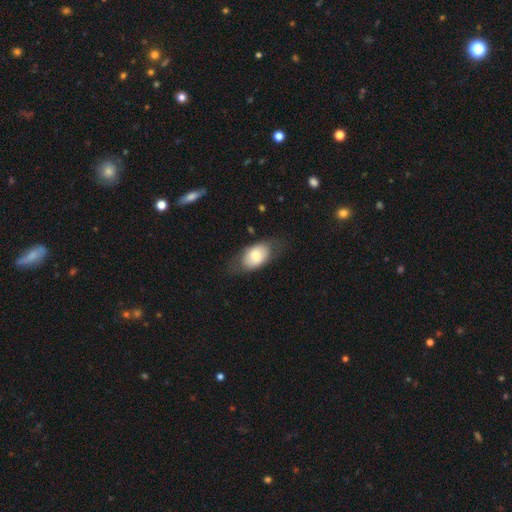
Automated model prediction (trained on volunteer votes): Smooth or featured: smooth — 69% (featured or disk — 24%)
How rounded: in between — 88% (round — 10%)
Merging: none — 70% (minor disturbance — 19%)